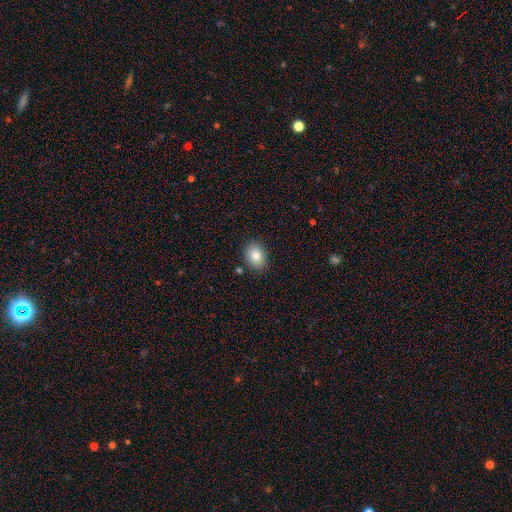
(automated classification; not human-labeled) A smooth galaxy with no disk features (83%) that is in between round and cigar-shaped (57%).

Vote fractions:
- Smooth or featured? smooth: 83% / star or artifact: 9% / featured or disk: 8%
- How rounded? in between: 57% / round: 43% / cigar-shaped: 1%
- Merging? none: 85% / minor disturbance: 10% / merger: 2% / major disturbance: 2%